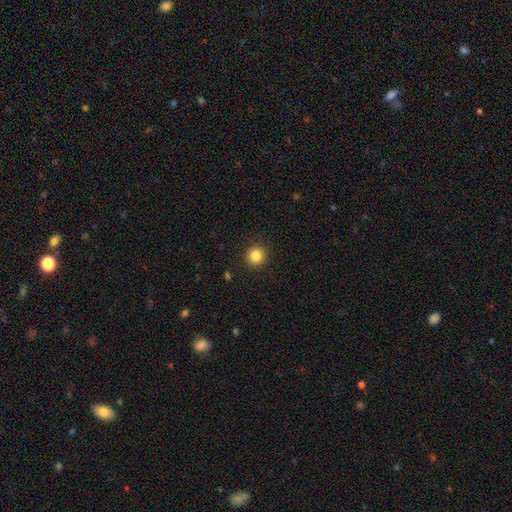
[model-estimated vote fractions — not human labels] A smooth galaxy with no disk features (85%) that is round (92%). Merging: none (91%).